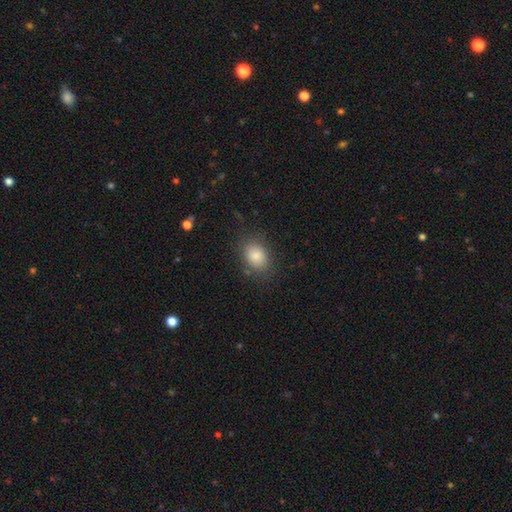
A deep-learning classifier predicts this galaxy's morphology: A smooth galaxy with no disk features (82%) that is in between round and cigar-shaped (68%).

Vote fractions:
- Smooth or featured? smooth: 82% / star or artifact: 10% / featured or disk: 7%
- How rounded? in between: 68% / round: 31% / cigar-shaped: 1%
- Merging? none: 81% / minor disturbance: 13% / major disturbance: 4% / merger: 1%